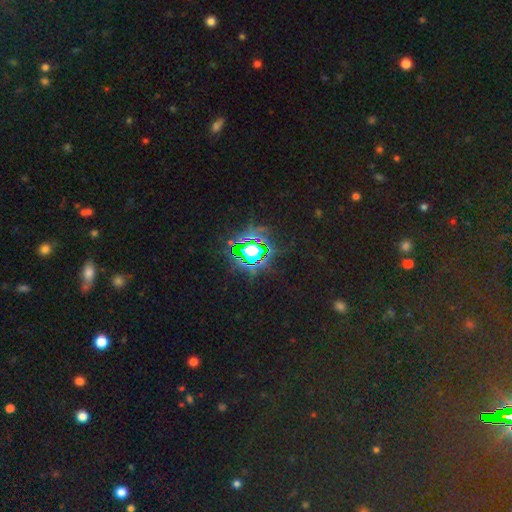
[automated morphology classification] The model was most divided on "smooth or featured": star or artifact: 70%, smooth: 16%, featured or disk: 14%.